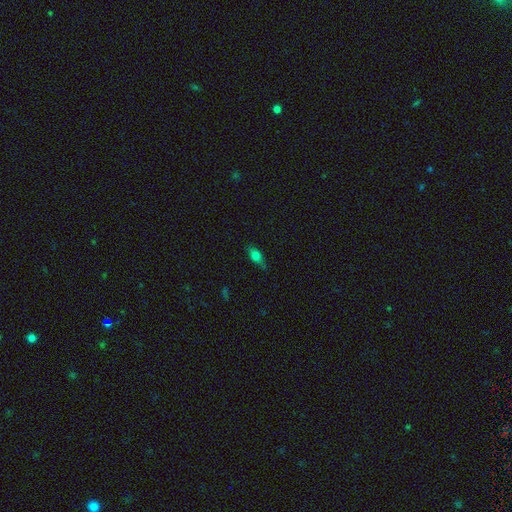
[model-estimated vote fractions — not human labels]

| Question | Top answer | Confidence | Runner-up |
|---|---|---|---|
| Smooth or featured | smooth | 71% | featured or disk (18%) |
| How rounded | in between | 76% | cigar-shaped (15%) |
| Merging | none | 74% | minor disturbance (20%) |